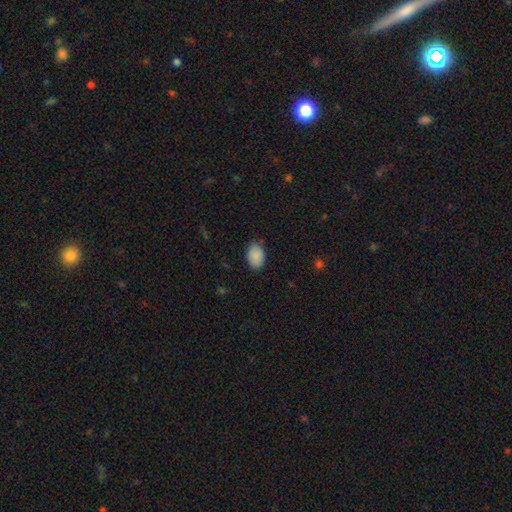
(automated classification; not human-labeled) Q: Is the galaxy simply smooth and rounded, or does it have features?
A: smooth — 90%.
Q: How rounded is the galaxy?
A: in between — 86%.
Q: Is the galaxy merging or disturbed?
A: none — 84%.